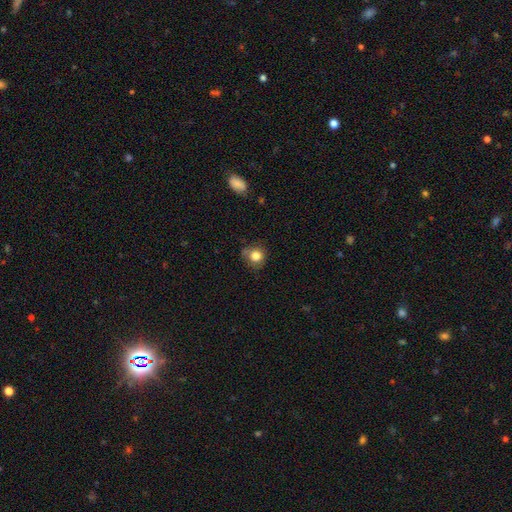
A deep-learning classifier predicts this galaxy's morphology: smooth-or-featured: smooth: 81% | star or artifact: 11% | featured or disk: 8%
  how-rounded: round: 85% | in between: 14% | cigar-shaped: 1%
  merging: none: 67% | minor disturbance: 23% | major disturbance: 7% | merger: 3%